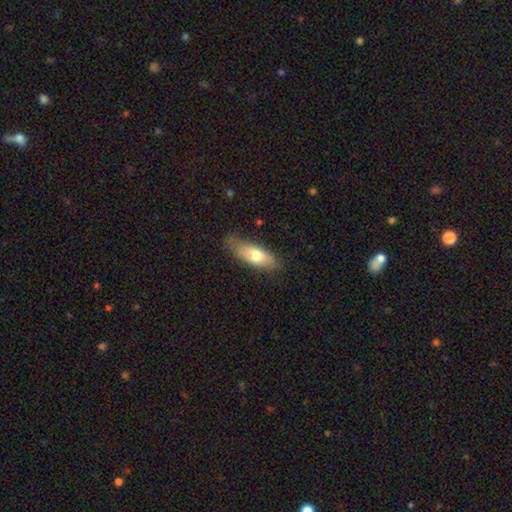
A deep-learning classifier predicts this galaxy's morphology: Q: Smooth or featured?
A: smooth (67%); runner-up: featured or disk (27%)
Q: How rounded?
A: in between (64%); runner-up: cigar-shaped (34%)
Q: Merging?
A: none (67%); runner-up: minor disturbance (25%)